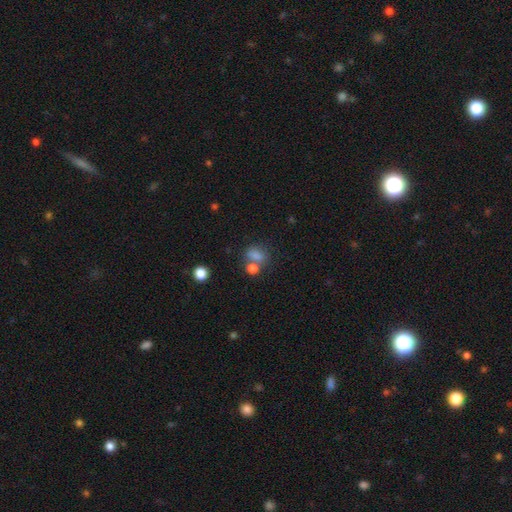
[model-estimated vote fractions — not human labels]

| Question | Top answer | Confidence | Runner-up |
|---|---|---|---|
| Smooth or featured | smooth | 75% | star or artifact (15%) |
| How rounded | in between | 62% | round (36%) |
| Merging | none | 44% | merger (35%) |